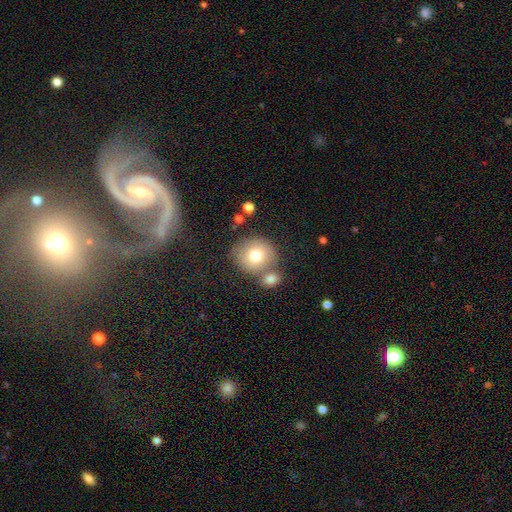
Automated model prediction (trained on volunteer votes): Smooth or featured? Predicted: smooth (p=0.74). How rounded? Predicted: round (p=0.87). Merging? Predicted: none (p=0.61).